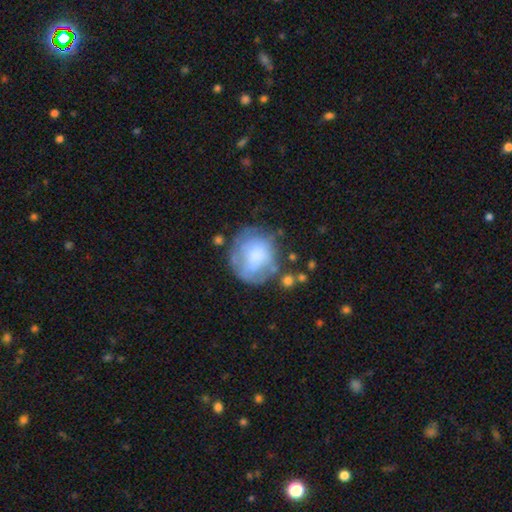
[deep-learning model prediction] Smooth or featured: smooth — 55% (featured or disk — 36%)
How rounded: round — 80% (in between — 19%)
Merging: none — 54% (minor disturbance — 24%)